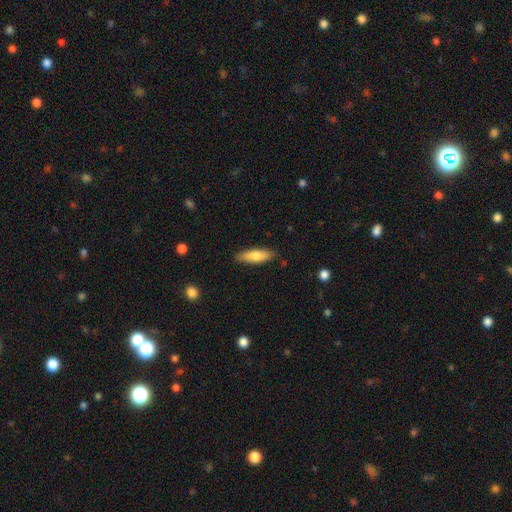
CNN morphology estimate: Smooth or featured? Predicted: smooth (p=0.75). How rounded? Predicted: cigar-shaped (p=0.61). Merging? Predicted: none (p=0.85).